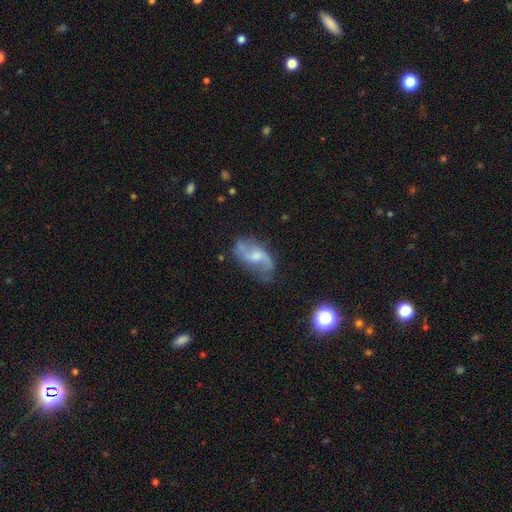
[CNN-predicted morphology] Smooth or featured? Predicted: featured or disk (p=0.72). Edge-on disk? Predicted: no (p=0.95). Bar? Predicted: weak (p=0.46). Spiral arms? Predicted: yes (p=0.87). Spiral winding? Predicted: loose (p=0.71). Spiral arm count? Predicted: 2 (p=0.86). Bulge size? Predicted: moderate (p=0.43). Merging? Predicted: none (p=0.57).